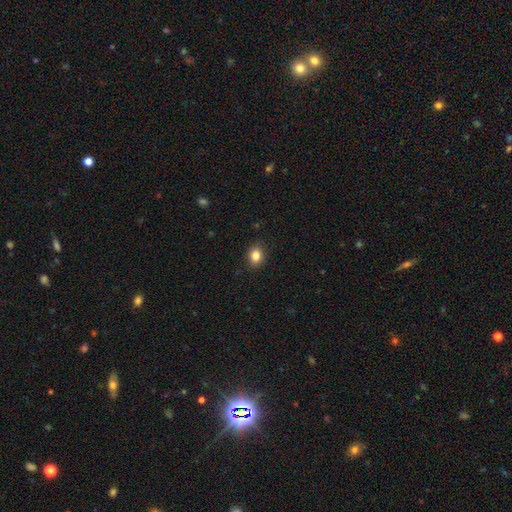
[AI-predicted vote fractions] Q: Smooth or featured?
A: smooth (84%); runner-up: star or artifact (10%)
Q: How rounded?
A: in between (53%); runner-up: round (46%)
Q: Merging?
A: none (89%); runner-up: minor disturbance (8%)